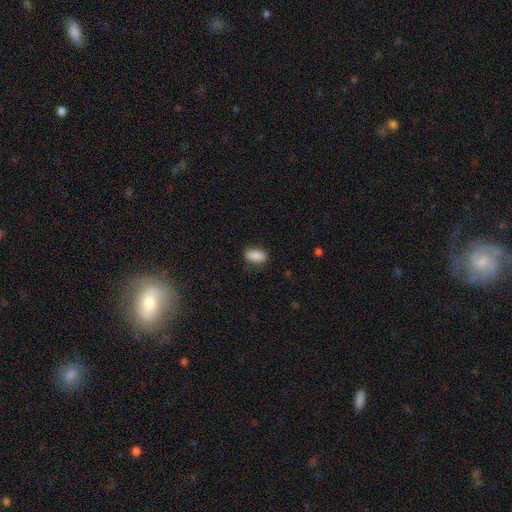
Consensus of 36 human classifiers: smooth-or-featured: smooth: 92% | star or artifact: 6% | featured or disk: 3%
  how-rounded: in between: 82% | round: 12% | cigar-shaped: 6%
  merging: none: 79% | minor disturbance: 12% | major disturbance: 6% | merger: 3%